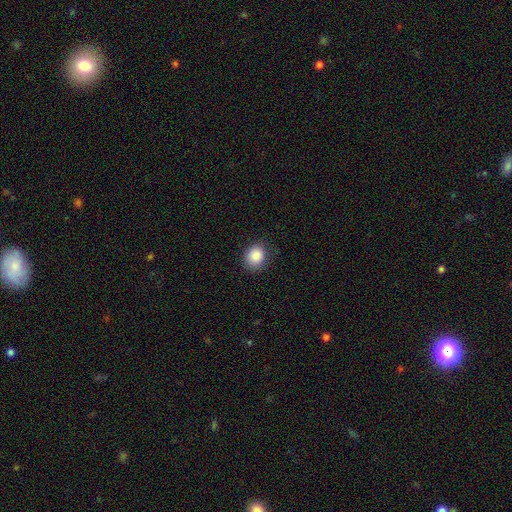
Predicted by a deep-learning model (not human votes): Smooth or featured? Predicted: smooth (p=0.88). How rounded? Predicted: round (p=0.68). Merging? Predicted: none (p=0.83).